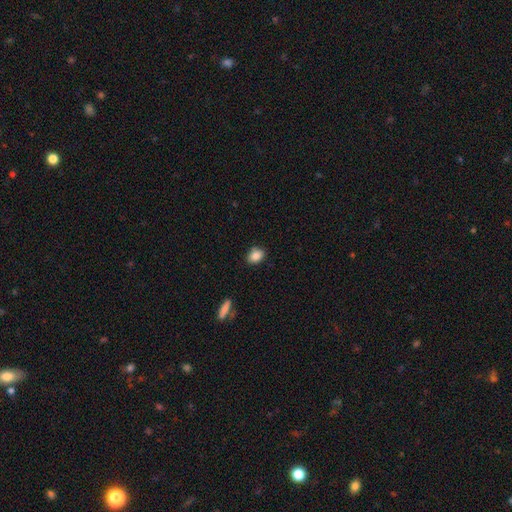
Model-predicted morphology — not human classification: type=smooth (86%); roundness=in between (71%); merging=none (85%).